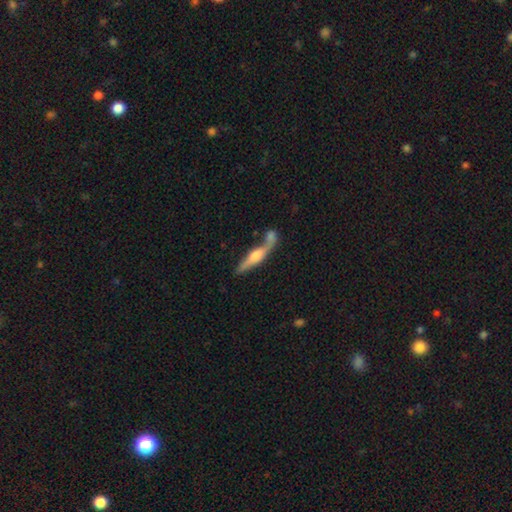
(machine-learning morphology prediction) This is likely a featured or disk galaxy (67%). It is clearly viewed edge-on (92%). Edge-on bulge: clearly rounded (87%). Merging: possibly none (50%).